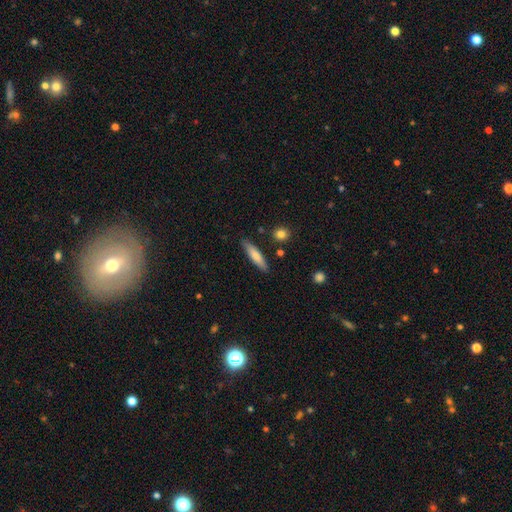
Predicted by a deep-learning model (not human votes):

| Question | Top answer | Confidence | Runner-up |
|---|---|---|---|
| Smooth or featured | smooth | 74% | featured or disk (20%) |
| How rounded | cigar-shaped | 82% | in between (17%) |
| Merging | none | 85% | minor disturbance (10%) |